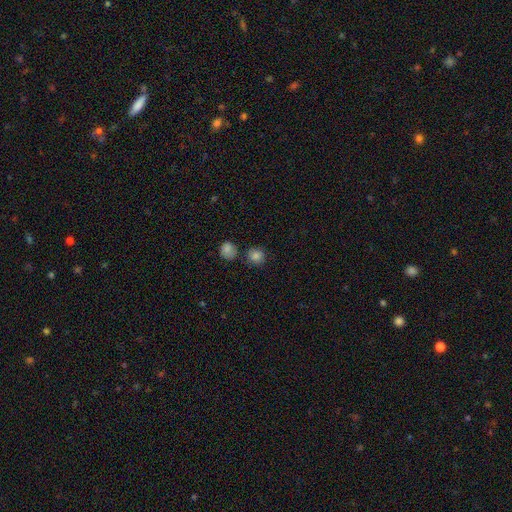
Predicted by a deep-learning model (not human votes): Smooth or featured?
  - smooth: 83% *
  - star or artifact: 11%
  - featured or disk: 5%
How rounded?
  - round: 88% *
  - in between: 11%
  - cigar-shaped: 1%
Merging?
  - none: 74% *
  - minor disturbance: 12%
  - merger: 11%
  - major disturbance: 3%